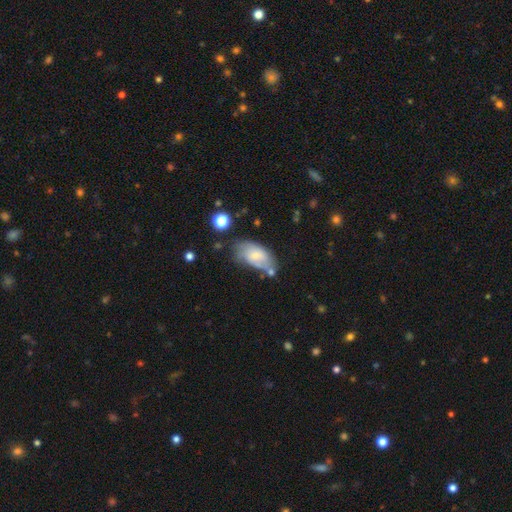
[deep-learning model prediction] Q: Smooth or featured?
A: smooth (55%); runner-up: featured or disk (37%)
Q: How rounded?
A: in between (92%); runner-up: round (5%)
Q: Merging?
A: none (44%); runner-up: minor disturbance (30%)